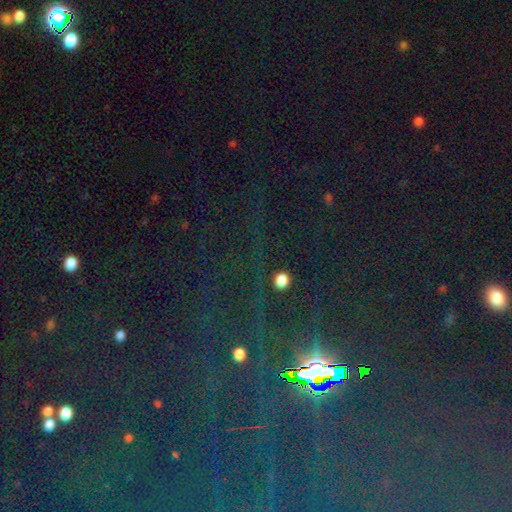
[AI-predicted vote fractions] smooth-or-featured: star or artifact: 84% | smooth: 8% | featured or disk: 7%